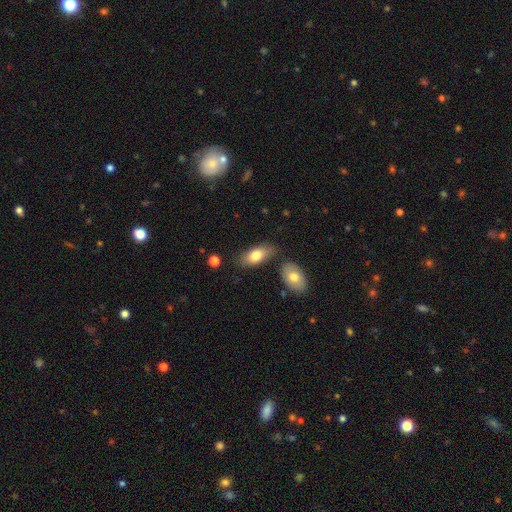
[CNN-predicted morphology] Smooth or featured: smooth — 75% (featured or disk — 18%)
How rounded: in between — 88% (cigar-shaped — 8%)
Merging: none — 72% (minor disturbance — 14%)